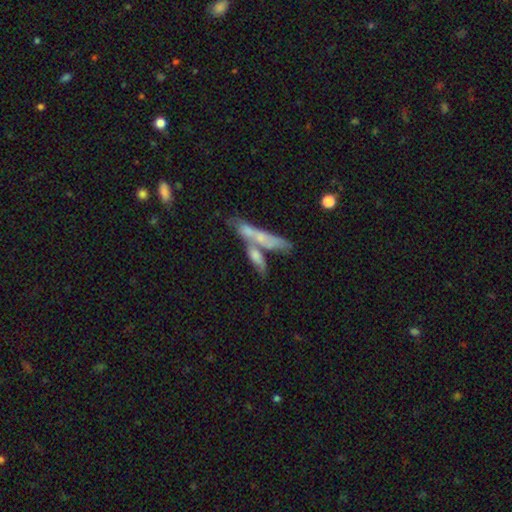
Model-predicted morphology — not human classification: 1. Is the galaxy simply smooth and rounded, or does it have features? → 56% smooth, 37% featured or disk, 7% star or artifact.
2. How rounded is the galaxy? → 62% cigar-shaped, 35% in between, 4% round.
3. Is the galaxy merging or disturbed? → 60% merger, 26% none, 9% minor disturbance, 5% major disturbance.